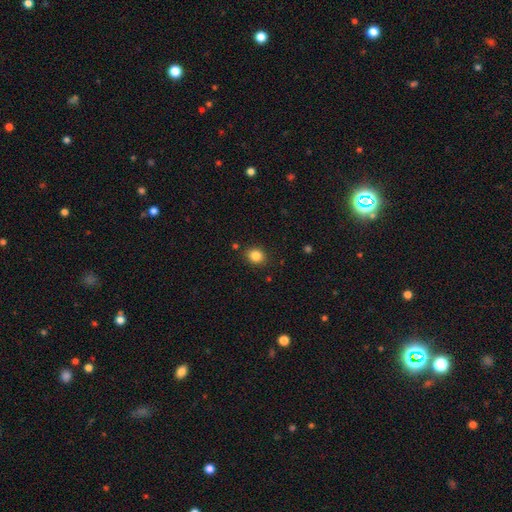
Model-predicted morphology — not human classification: Smooth or featured?
  - smooth: 84% *
  - star or artifact: 11%
  - featured or disk: 5%
How rounded?
  - round: 60% *
  - in between: 39%
  - cigar-shaped: 1%
Merging?
  - none: 87% *
  - minor disturbance: 9%
  - major disturbance: 2%
  - merger: 2%